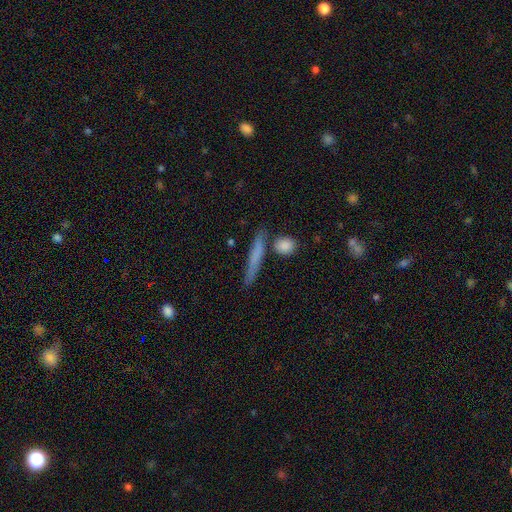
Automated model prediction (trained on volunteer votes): The model was most divided on "smooth or featured": smooth: 61%, featured or disk: 31%, star or artifact: 8%. More confident: how rounded — cigar-shaped (89%); merging — none (75%).